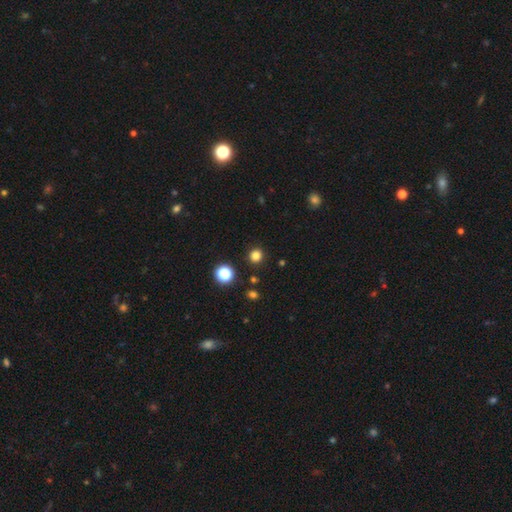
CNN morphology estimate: The model was most divided on "smooth or featured": smooth: 81%, star or artifact: 15%, featured or disk: 4%. More confident: how rounded — round (94%); merging — none (91%).